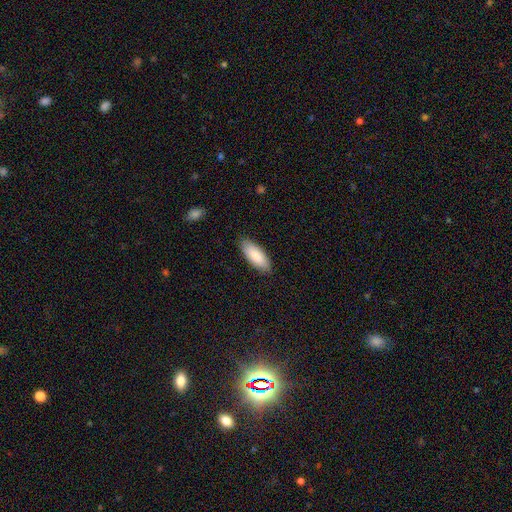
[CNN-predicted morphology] Smooth or featured? smooth (84%)
How rounded? in between (78%)
Merging? none (87%)